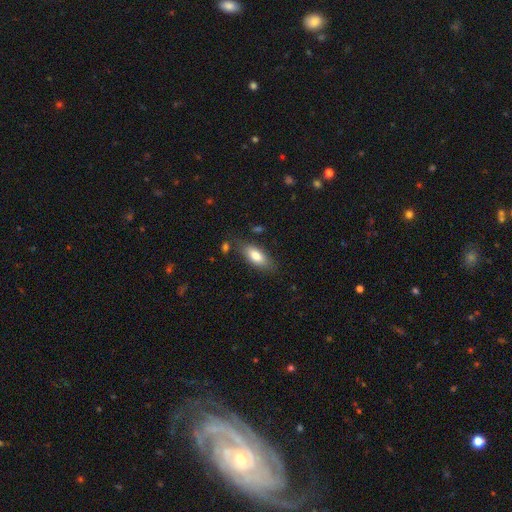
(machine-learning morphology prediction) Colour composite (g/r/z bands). It shows a smooth galaxy with no disk features (81%) that is in between round and cigar-shaped (81%). Merging: none (77%).